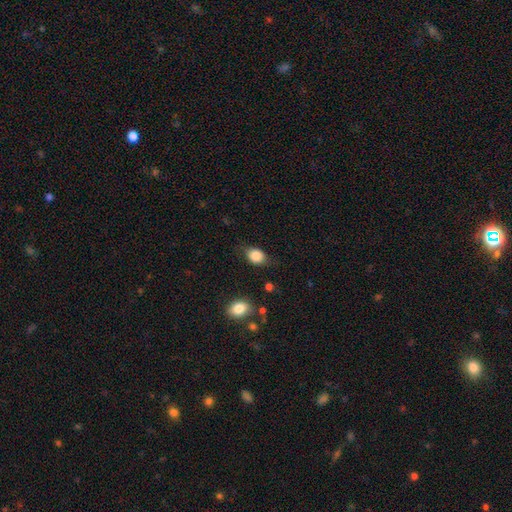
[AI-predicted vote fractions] Overall: smooth (83%). How rounded: in between (64%; round 34%). Merging: none (68%).